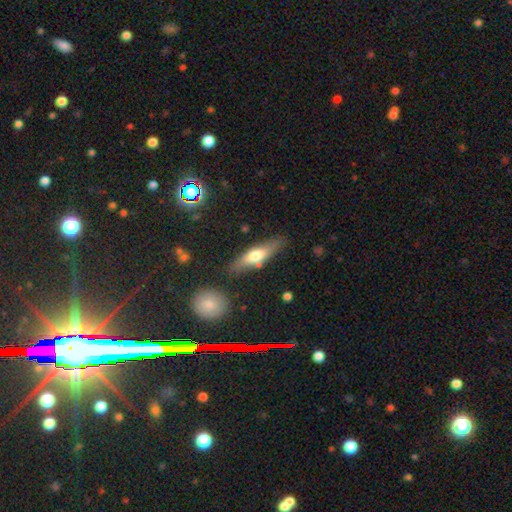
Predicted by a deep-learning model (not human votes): The model was most divided on "smooth or featured": smooth: 54%, featured or disk: 40%, star or artifact: 6%. More confident: merging — none (77%); how rounded — cigar-shaped (61%).